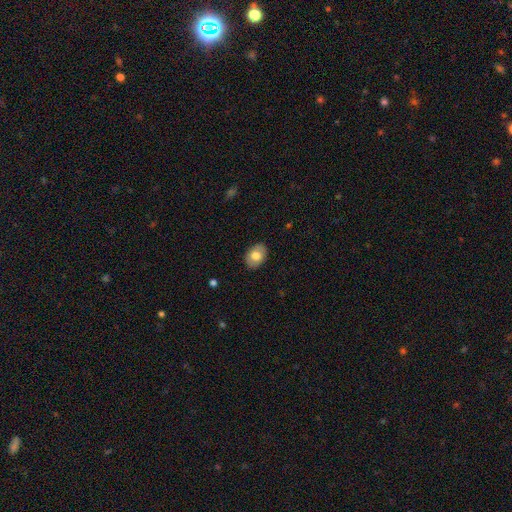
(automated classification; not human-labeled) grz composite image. It shows a smooth galaxy with no disk features (72%) that is in between round and cigar-shaped (78%). Merging: none (86%).